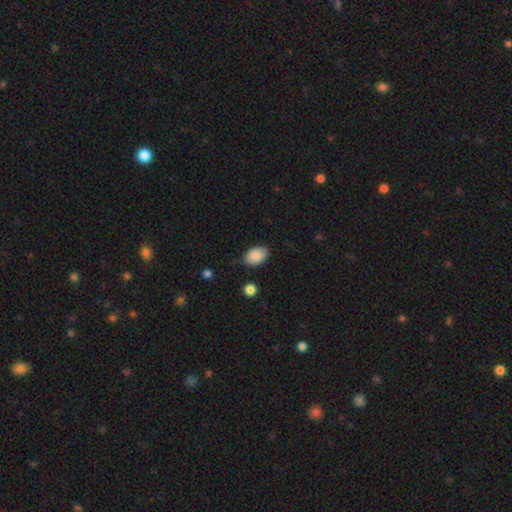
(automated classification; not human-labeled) A smooth galaxy with no disk features (87%) that is in between round and cigar-shaped (89%).

Vote fractions:
- Smooth or featured? smooth: 87% / star or artifact: 7% / featured or disk: 6%
- How rounded? in between: 89% / round: 10% / cigar-shaped: 1%
- Merging? none: 84% / minor disturbance: 12% / major disturbance: 3% / merger: 2%